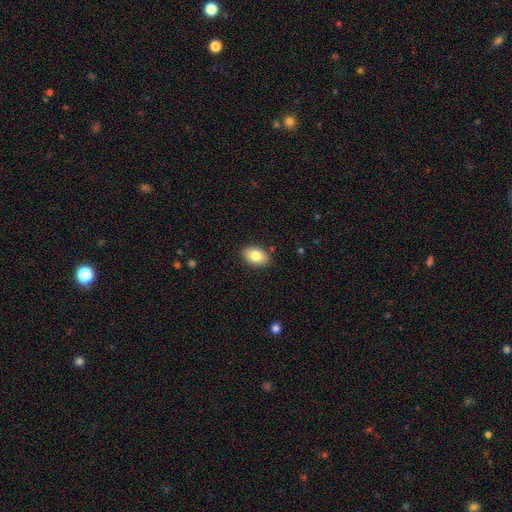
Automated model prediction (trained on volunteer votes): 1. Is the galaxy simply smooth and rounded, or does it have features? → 83% smooth, 10% featured or disk, 7% star or artifact.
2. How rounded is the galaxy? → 89% in between, 10% round, 1% cigar-shaped.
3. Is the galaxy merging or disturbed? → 88% none, 9% minor disturbance, 2% major disturbance, 1% merger.